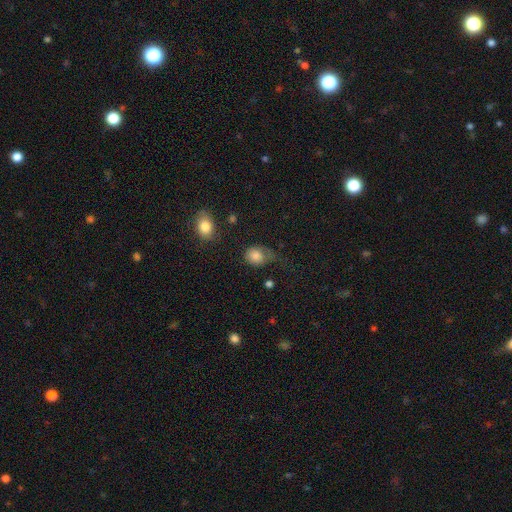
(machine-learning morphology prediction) Smooth or featured? Predicted: smooth (p=0.81). How rounded? Predicted: round (p=0.59). Merging? Predicted: none (p=0.39).